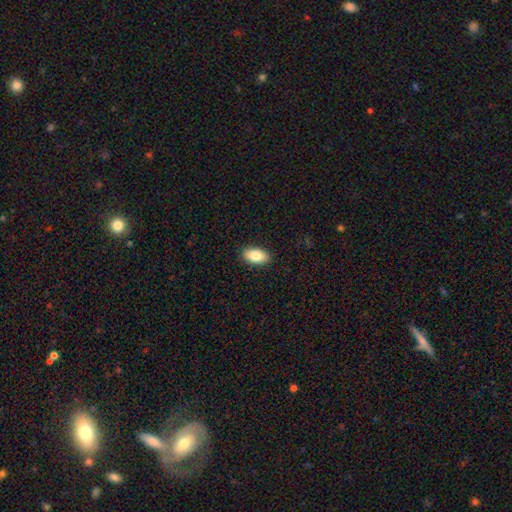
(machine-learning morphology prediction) Overall: smooth (84%). How rounded: in between (93%). Merging: none (90%).